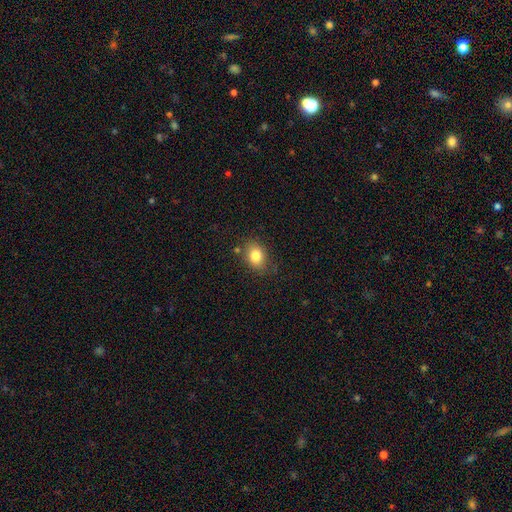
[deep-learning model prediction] smooth-or-featured: smooth: 81% | star or artifact: 10% | featured or disk: 9%
  how-rounded: in between: 64% | round: 35% | cigar-shaped: 1%
  merging: none: 78% | minor disturbance: 15% | major disturbance: 4% | merger: 4%